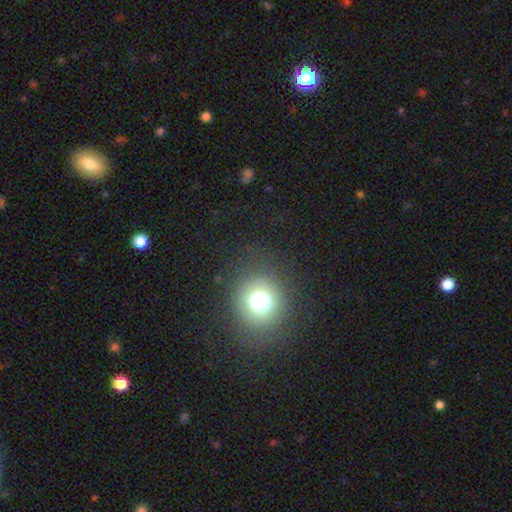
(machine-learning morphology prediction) type=smooth (70%); roundness=round (83%); merging=none (87%).